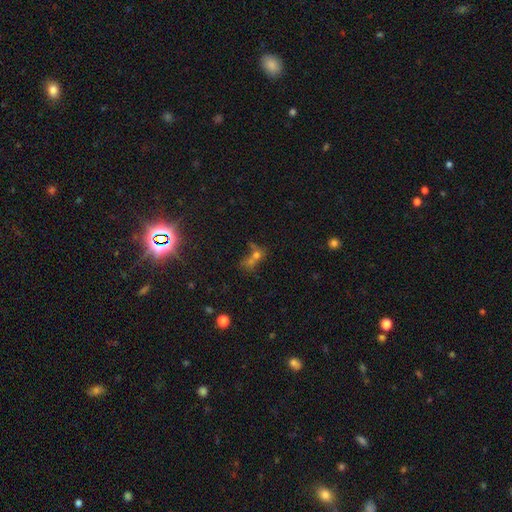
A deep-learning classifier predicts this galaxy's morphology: type=star or artifact (43%).